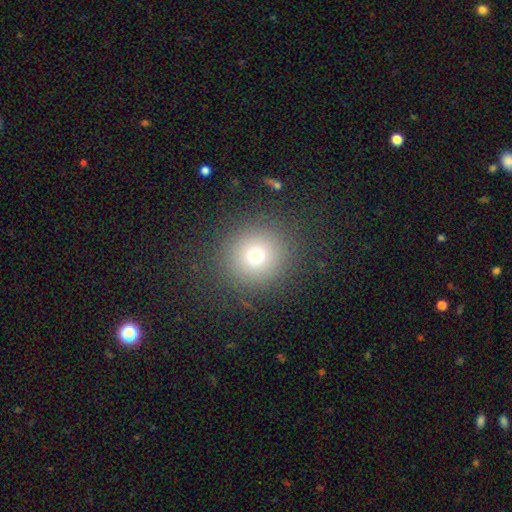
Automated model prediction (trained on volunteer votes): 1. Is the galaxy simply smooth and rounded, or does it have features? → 72% smooth, 17% star or artifact, 11% featured or disk.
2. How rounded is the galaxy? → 93% round, 6% in between, 1% cigar-shaped.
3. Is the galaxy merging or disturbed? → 87% none, 7% minor disturbance, 4% major disturbance, 1% merger.